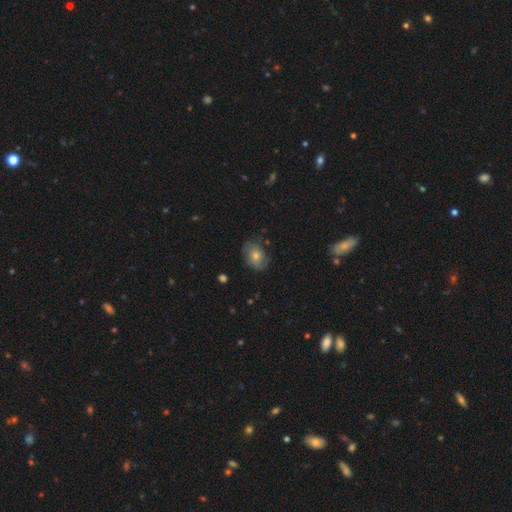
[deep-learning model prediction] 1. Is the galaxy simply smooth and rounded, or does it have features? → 51% smooth, 37% featured or disk, 12% star or artifact.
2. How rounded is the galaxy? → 69% in between, 30% round, 1% cigar-shaped.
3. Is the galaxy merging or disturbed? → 76% none, 18% minor disturbance, 5% major disturbance, 1% merger.